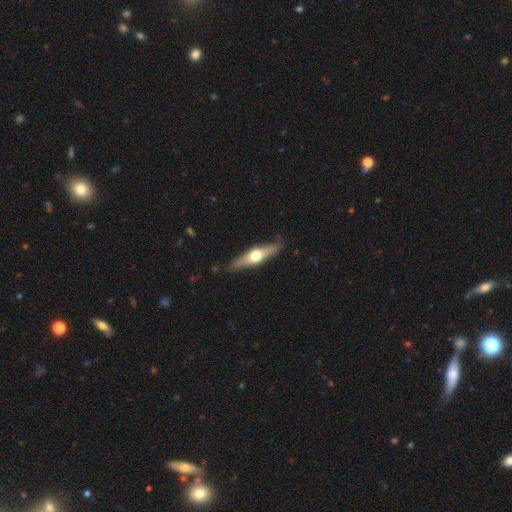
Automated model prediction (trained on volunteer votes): Smooth or featured? featured or disk (60%)
Edge-on disk? yes (94%)
Edge-on bulge? rounded (95%)
Merging? none (87%)